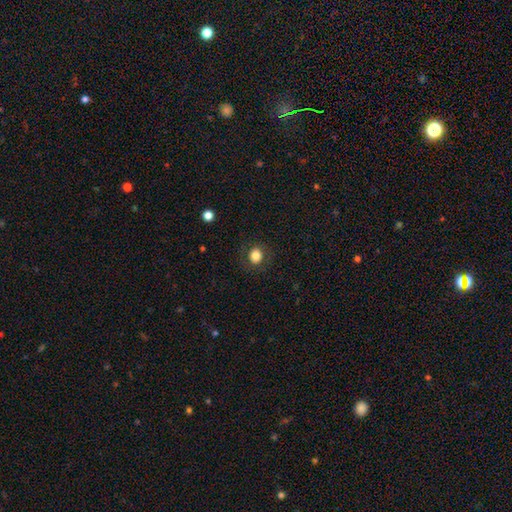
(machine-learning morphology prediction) Smooth or featured?
  - smooth: 82% *
  - star or artifact: 10%
  - featured or disk: 8%
How rounded?
  - round: 73% *
  - in between: 26%
  - cigar-shaped: 1%
Merging?
  - none: 87% *
  - minor disturbance: 8%
  - major disturbance: 4%
  - merger: 1%